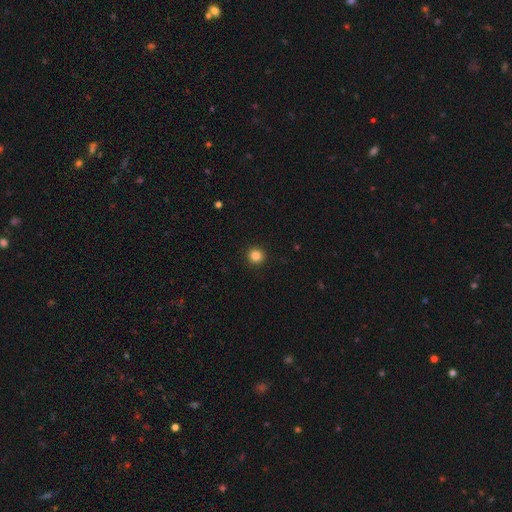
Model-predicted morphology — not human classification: Q: Smooth or featured?
A: smooth (84%); runner-up: star or artifact (12%)
Q: How rounded?
A: round (95%); runner-up: in between (4%)
Q: Merging?
A: none (93%); runner-up: minor disturbance (4%)